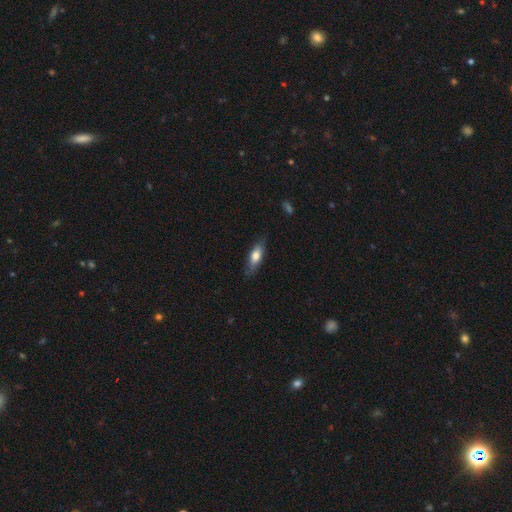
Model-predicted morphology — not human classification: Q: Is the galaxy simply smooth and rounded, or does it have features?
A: smooth — 68%.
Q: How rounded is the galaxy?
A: in between — 57%.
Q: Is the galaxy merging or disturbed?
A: none — 78%.